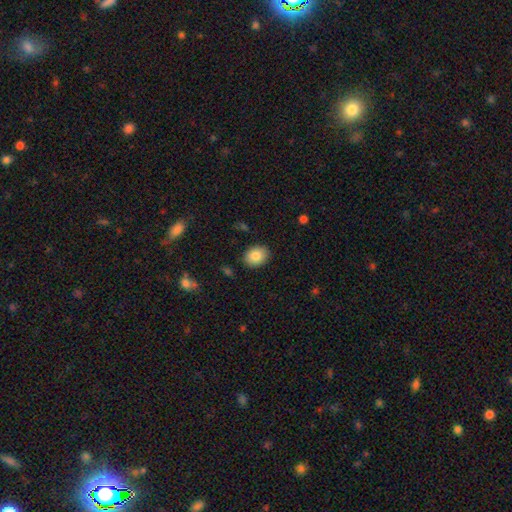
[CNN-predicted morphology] smooth_or_featured: smooth (p=0.84) [alt: featured or disk p=0.08]
how_rounded: in between (p=0.58) [alt: round p=0.41]
merging: none (p=0.88) [alt: minor disturbance p=0.09]